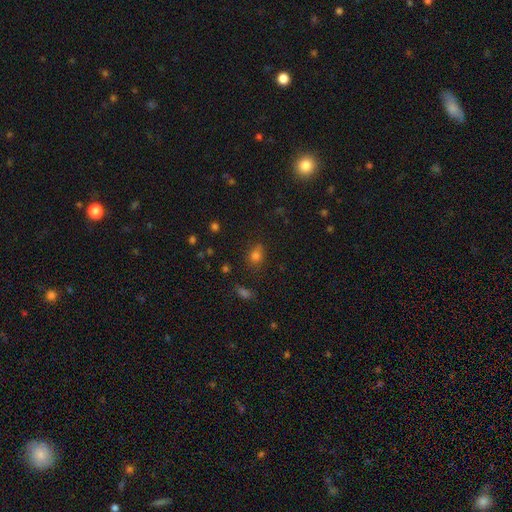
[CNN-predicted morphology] smooth_or_featured: smooth (p=0.77) [alt: star or artifact p=0.17]
how_rounded: round (p=0.56) [alt: in between p=0.43]
merging: none (p=0.72) [alt: minor disturbance p=0.19]